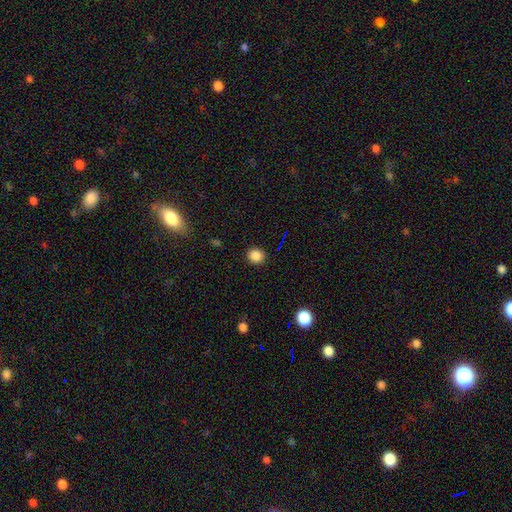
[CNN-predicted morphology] A smooth galaxy with no disk features (86%) that is round (84%).

Vote fractions:
- Smooth or featured? smooth: 86% / star or artifact: 11% / featured or disk: 3%
- How rounded? round: 84% / in between: 15% / cigar-shaped: 1%
- Merging? none: 91% / minor disturbance: 6% / major disturbance: 2% / merger: 1%